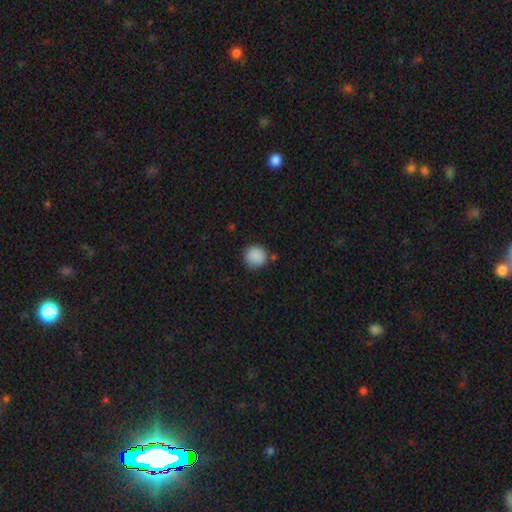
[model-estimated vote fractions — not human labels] Overall: smooth (88%). How rounded: round (92%). Merging: none (81%).